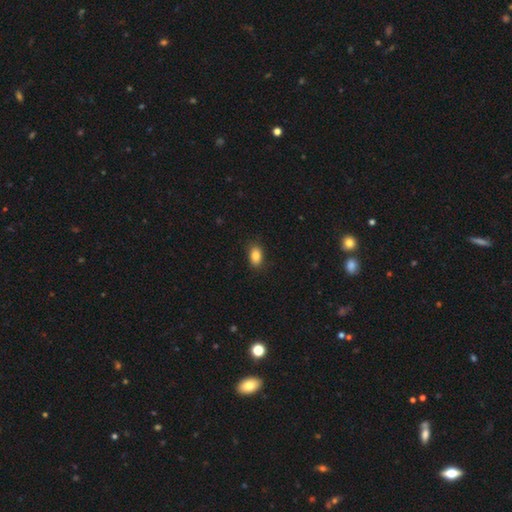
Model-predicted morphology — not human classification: A smooth galaxy with no disk features (85%) that is in between round and cigar-shaped (86%).

Vote fractions:
- Smooth or featured? smooth: 85% / star or artifact: 9% / featured or disk: 6%
- How rounded? in between: 86% / round: 12% / cigar-shaped: 2%
- Merging? none: 86% / minor disturbance: 10% / major disturbance: 2% / merger: 1%